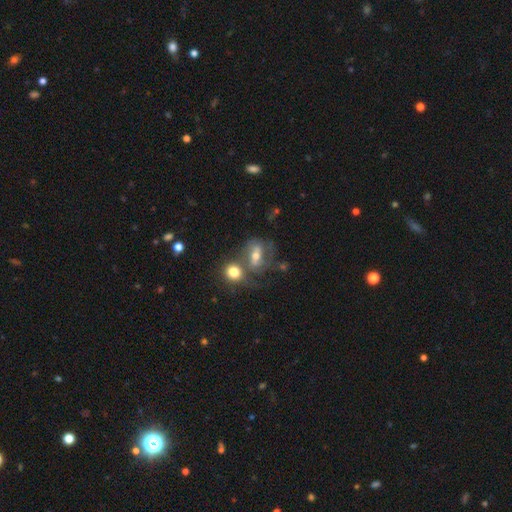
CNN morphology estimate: Q: Smooth or featured?
A: featured or disk (54%); runner-up: smooth (35%)
Q: Edge-on disk?
A: no (92%); runner-up: yes (8%)
Q: Merging?
A: merger (42%); runner-up: none (31%)